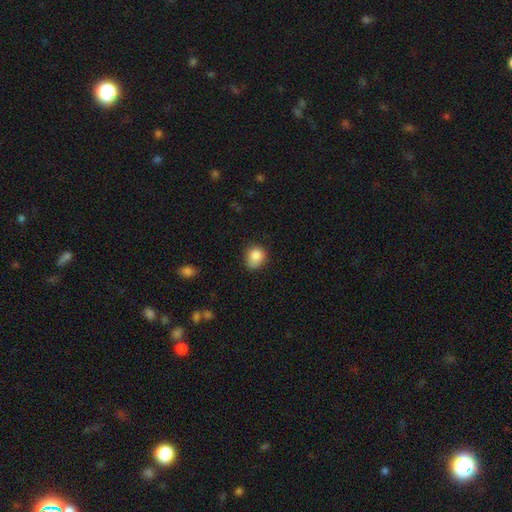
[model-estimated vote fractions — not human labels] smooth_or_featured: smooth (p=0.84) [alt: star or artifact p=0.10]
how_rounded: round (p=0.69) [alt: in between p=0.30]
merging: none (p=0.64) [alt: minor disturbance p=0.28]